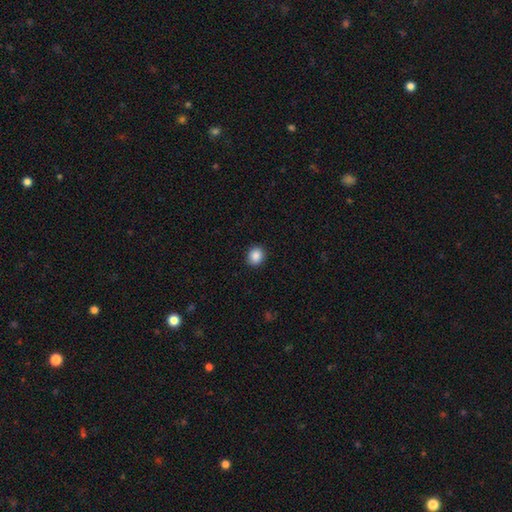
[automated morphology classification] The model was most divided on "how rounded": round: 70%, in between: 29%, cigar-shaped: 1%. More confident: merging — none (92%); smooth or featured — smooth (88%).